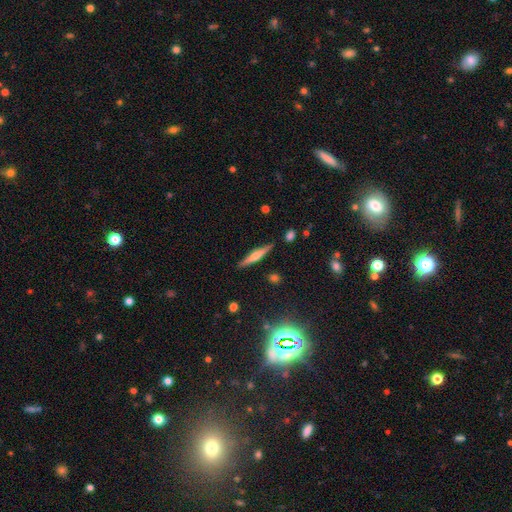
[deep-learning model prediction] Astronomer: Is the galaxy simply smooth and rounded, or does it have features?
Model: featured or disk — 52% (runner-up: smooth, 41%).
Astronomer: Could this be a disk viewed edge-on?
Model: yes — 96%.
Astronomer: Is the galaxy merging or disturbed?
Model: none — 87%.